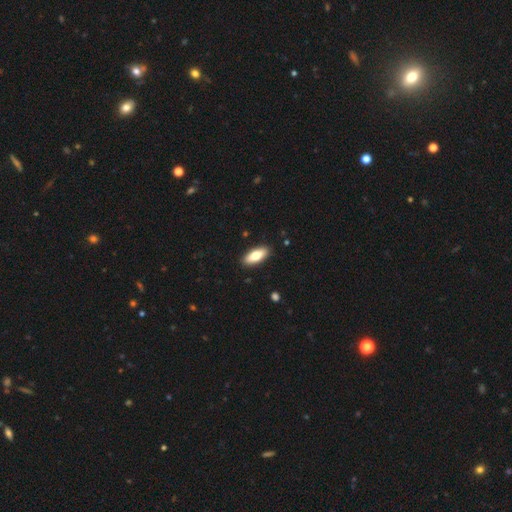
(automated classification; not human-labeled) Smooth or featured? smooth (75%)
How rounded? in between (78%)
Merging? none (90%)